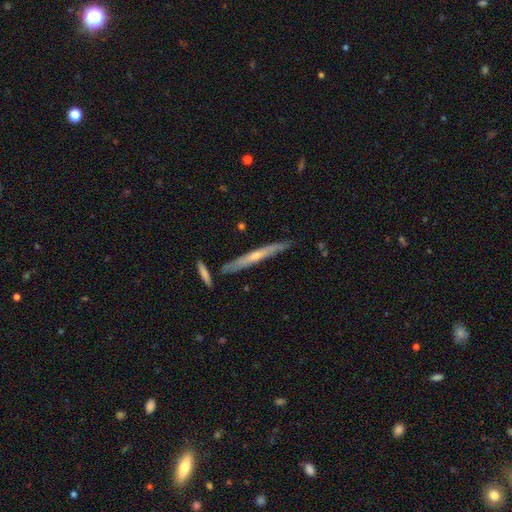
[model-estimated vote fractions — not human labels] Q: Smooth or featured?
A: featured or disk (66%); runner-up: smooth (27%)
Q: Edge-on disk?
A: yes (93%); runner-up: no (7%)
Q: Edge-on bulge?
A: rounded (59%); runner-up: none (38%)
Q: Merging?
A: none (82%); runner-up: minor disturbance (12%)